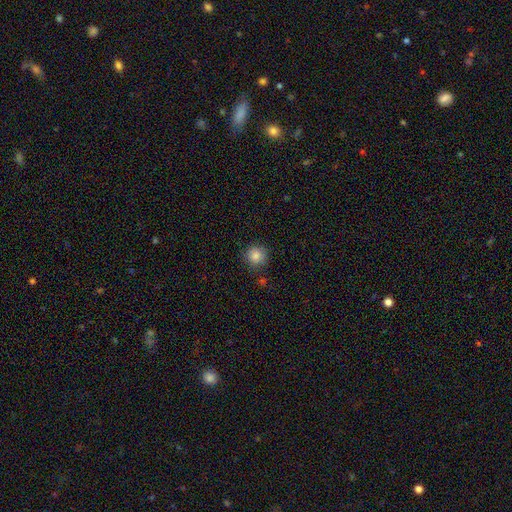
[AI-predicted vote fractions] Smooth or featured: smooth — 85% (star or artifact — 10%)
How rounded: round — 94% (in between — 5%)
Merging: none — 85% (minor disturbance — 9%)